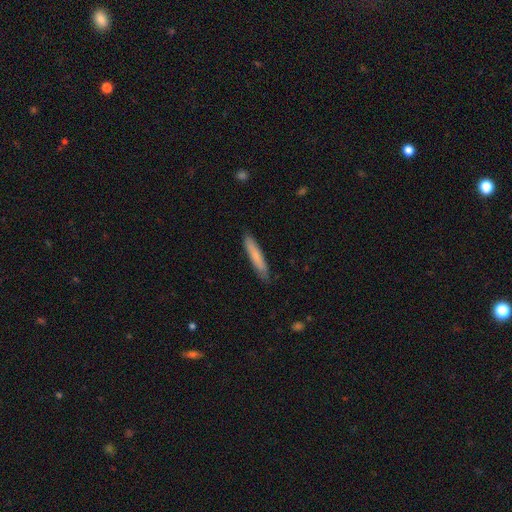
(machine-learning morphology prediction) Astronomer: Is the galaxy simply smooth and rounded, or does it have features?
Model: smooth — 76%.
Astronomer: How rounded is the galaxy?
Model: cigar-shaped — 92%.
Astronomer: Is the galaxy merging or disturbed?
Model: none — 86%.